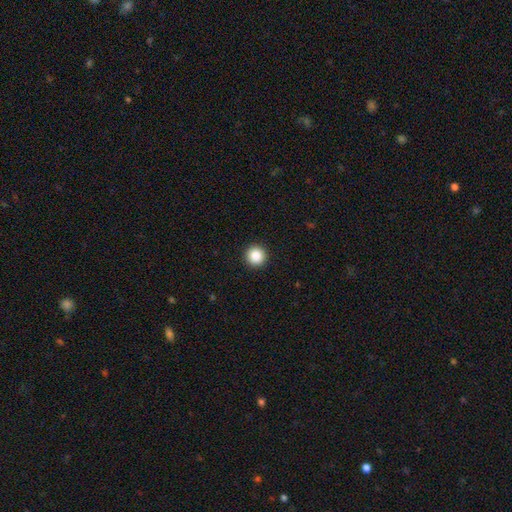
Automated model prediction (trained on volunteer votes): smooth_or_featured: smooth (p=0.87) [alt: star or artifact p=0.09]
how_rounded: round (p=0.96) [alt: in between p=0.03]
merging: none (p=0.94) [alt: minor disturbance p=0.04]